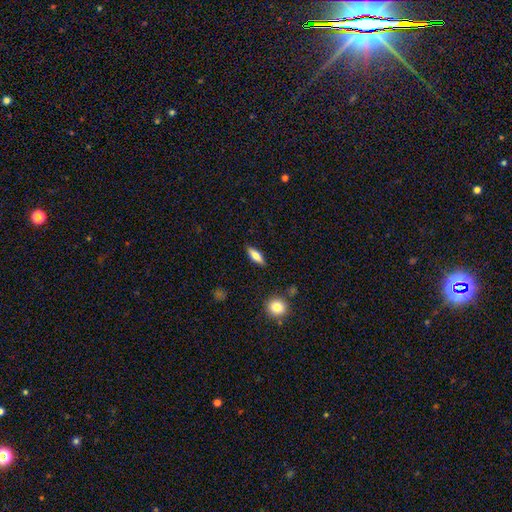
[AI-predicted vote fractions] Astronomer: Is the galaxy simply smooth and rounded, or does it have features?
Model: smooth — 71%.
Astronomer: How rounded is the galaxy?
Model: in between — 63%.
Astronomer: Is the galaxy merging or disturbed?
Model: none — 87%.